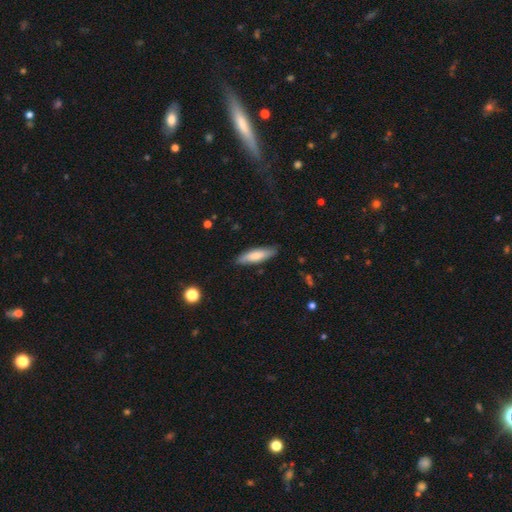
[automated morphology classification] Overall: smooth (72%). How rounded: cigar-shaped (63%; in between 36%). Merging: none (85%).